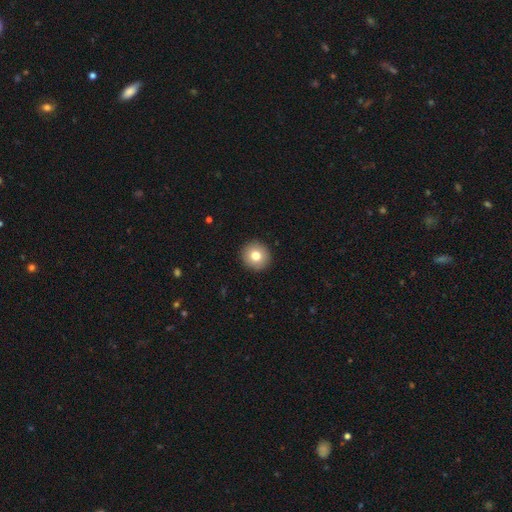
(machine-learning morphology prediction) Smooth or featured? smooth (78%)
How rounded? round (93%)
Merging? none (93%)